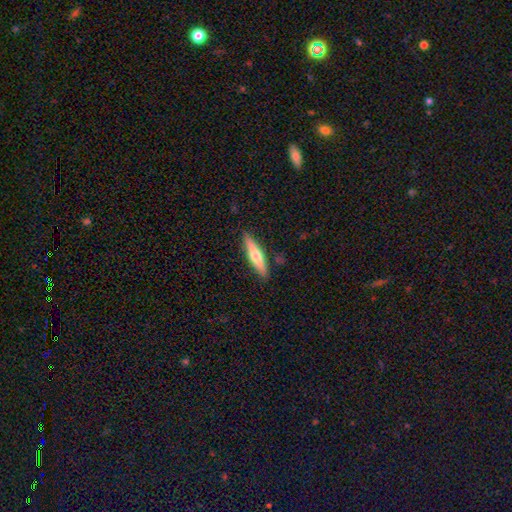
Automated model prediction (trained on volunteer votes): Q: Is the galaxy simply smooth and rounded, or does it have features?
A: featured or disk — 49%.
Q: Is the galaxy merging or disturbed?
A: none — 89%.